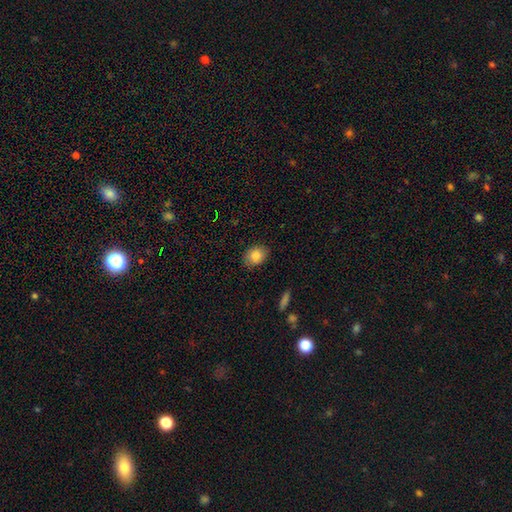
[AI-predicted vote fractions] A smooth galaxy with no disk features (83%) that is in between round and cigar-shaped (63%). Merging: none (86%).